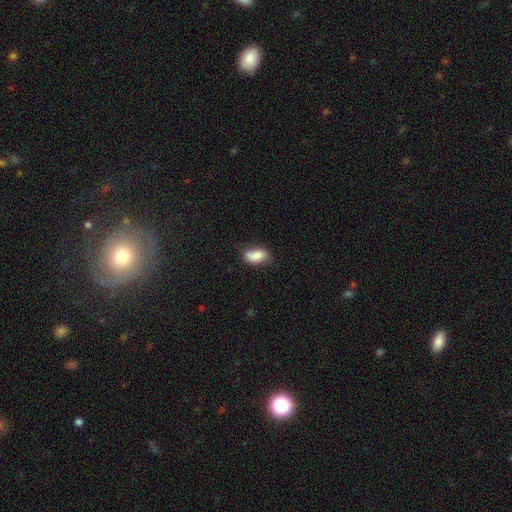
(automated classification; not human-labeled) smooth 76%, featured or disk 16%, star or artifact 8%. Down the decision tree: how rounded — in between (88%); merging — none (54%).